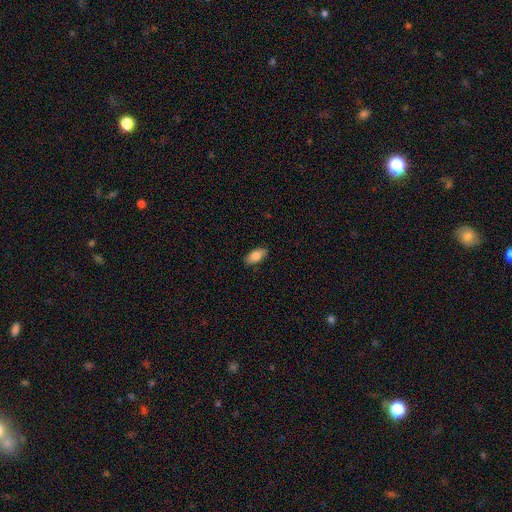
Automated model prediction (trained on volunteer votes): Overall: smooth (82%). How rounded: in between (89%). Merging: none (87%).